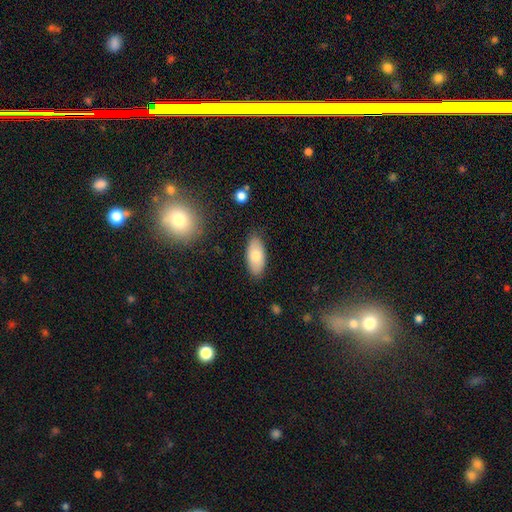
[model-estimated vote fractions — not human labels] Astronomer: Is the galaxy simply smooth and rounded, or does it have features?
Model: smooth — 74%.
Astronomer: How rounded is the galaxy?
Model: in between — 91%.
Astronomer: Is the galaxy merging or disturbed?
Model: none — 84%.